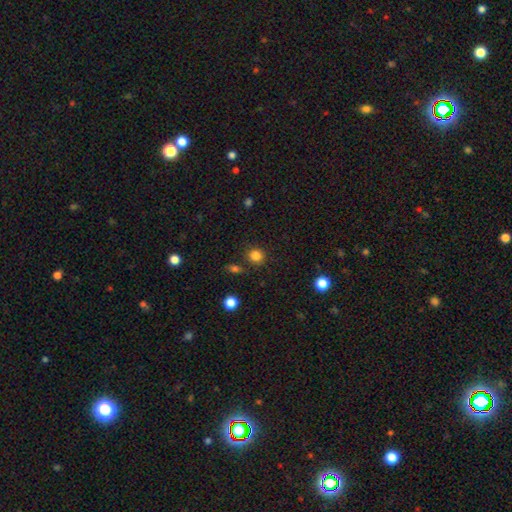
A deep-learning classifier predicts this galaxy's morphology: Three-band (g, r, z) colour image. It shows a smooth galaxy with no disk features (83%) that is round (88%). Merging: none (83%).